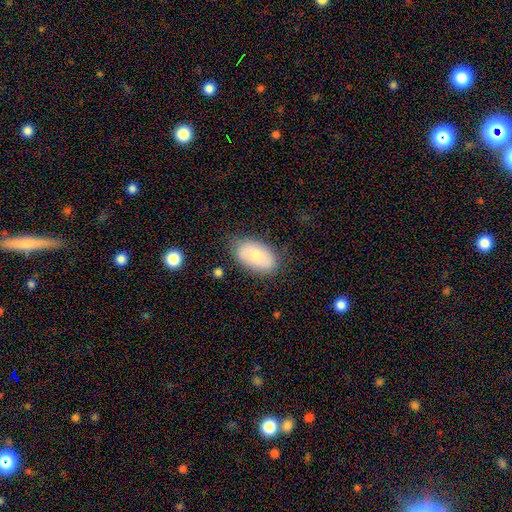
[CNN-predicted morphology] Overall: smooth (74%). How rounded: in between (93%). Merging: none (77%).